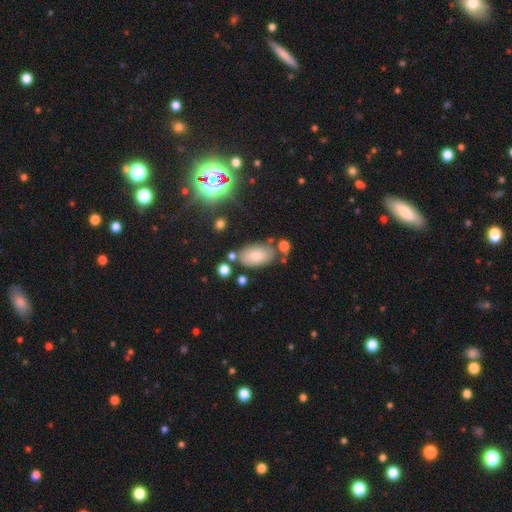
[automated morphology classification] Q: Smooth or featured?
A: smooth (73%); runner-up: featured or disk (17%)
Q: How rounded?
A: in between (93%); runner-up: round (5%)
Q: Merging?
A: none (70%); runner-up: minor disturbance (17%)